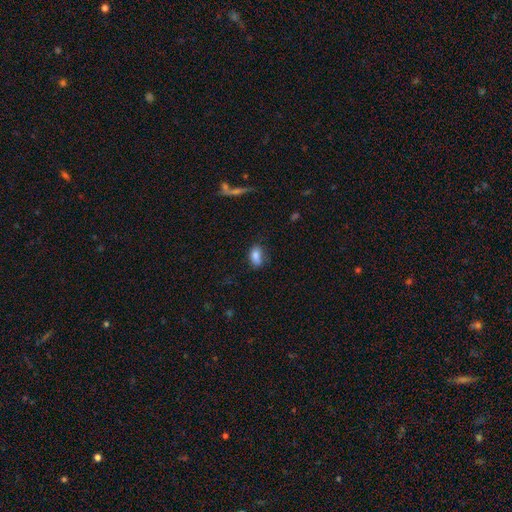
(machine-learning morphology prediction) A smooth galaxy with no disk features (84%) that is in between round and cigar-shaped (89%). Merging: none (68%).